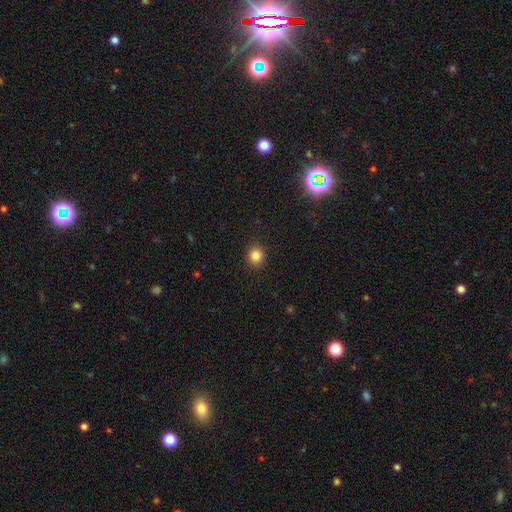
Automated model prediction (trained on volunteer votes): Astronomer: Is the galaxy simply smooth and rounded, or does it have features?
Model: smooth — 84%.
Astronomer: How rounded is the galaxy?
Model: round — 82%.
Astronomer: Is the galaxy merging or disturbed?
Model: none — 91%.